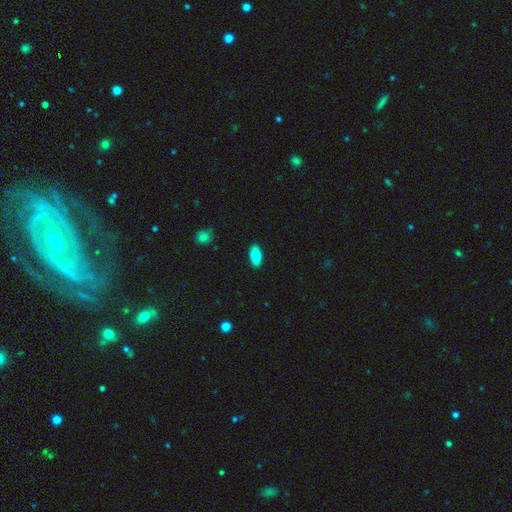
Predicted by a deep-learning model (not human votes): smooth 84%, featured or disk 10%, star or artifact 7%. Down the decision tree: how rounded — in between (88%); merging — none (90%).